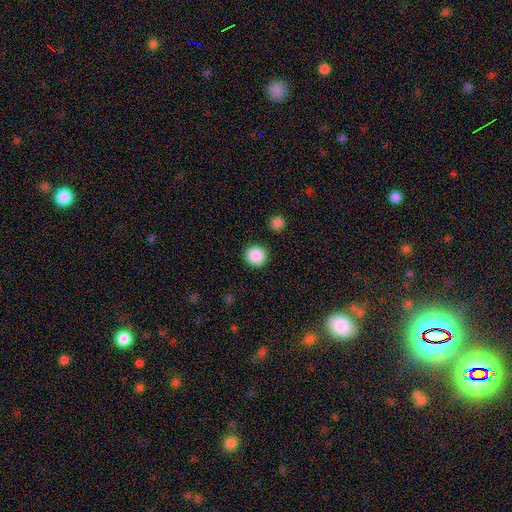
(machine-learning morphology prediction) smooth 88%, star or artifact 9%, featured or disk 3%. Down the decision tree: how rounded — round (94%); merging — none (91%).